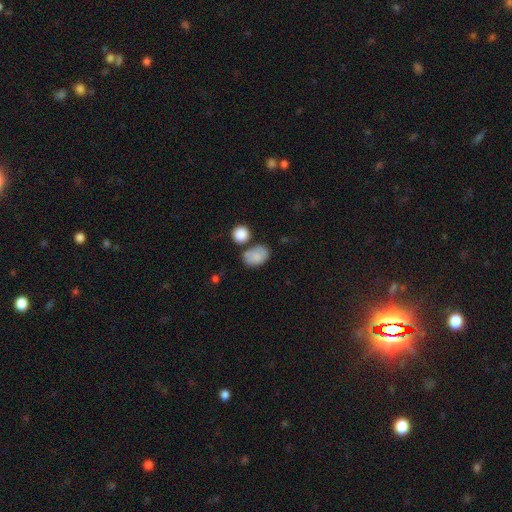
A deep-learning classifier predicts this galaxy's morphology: smooth 81%, featured or disk 11%, star or artifact 8%. Down the decision tree: how rounded — in between (79%); merging — none (49%).